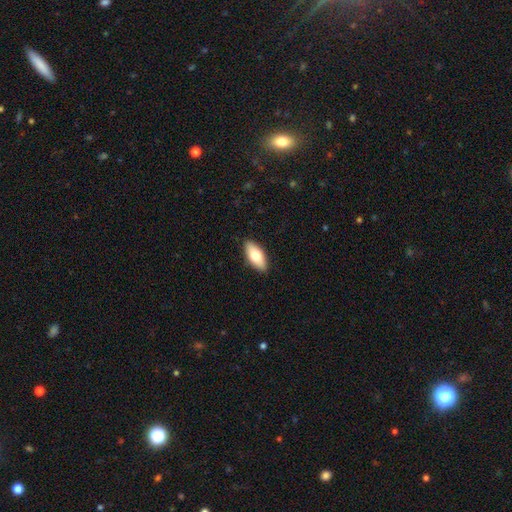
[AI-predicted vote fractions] A smooth galaxy with no disk features (74%) that is in between round and cigar-shaped (87%).

Vote fractions:
- Smooth or featured? smooth: 74% / featured or disk: 20% / star or artifact: 6%
- How rounded? in between: 87% / cigar-shaped: 11% / round: 3%
- Merging? none: 89% / minor disturbance: 9% / major disturbance: 2% / merger: 1%